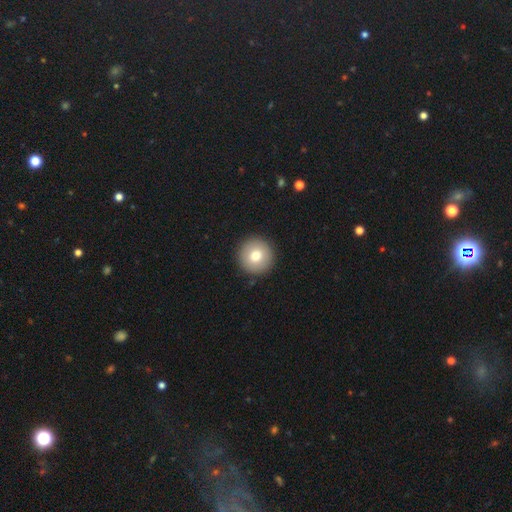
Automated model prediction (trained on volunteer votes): smooth-or-featured: smooth: 76% | featured or disk: 15% | star or artifact: 9%
  how-rounded: round: 96% | in between: 3% | cigar-shaped: 1%
  merging: none: 92% | minor disturbance: 5% | major disturbance: 2% | merger: 1%